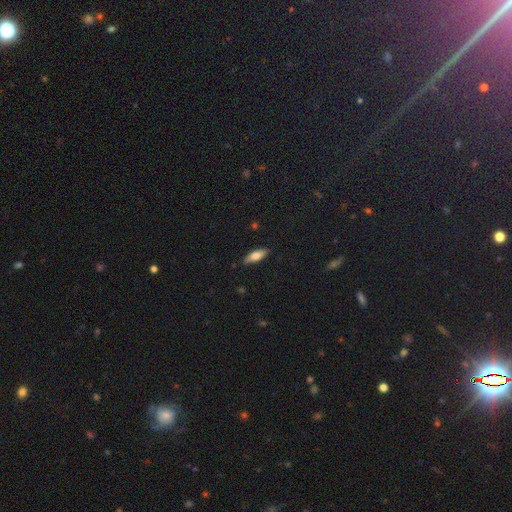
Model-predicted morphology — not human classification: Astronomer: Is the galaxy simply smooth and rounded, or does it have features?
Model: smooth — 68%.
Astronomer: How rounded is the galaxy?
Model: in between — 52% (runner-up: cigar-shaped, 46%).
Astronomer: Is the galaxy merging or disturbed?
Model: none — 87%.